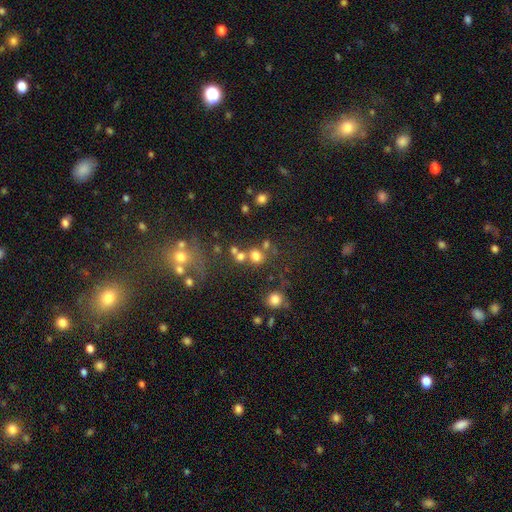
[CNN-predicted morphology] The model was most divided on "merging": none: 56%, merger: 28%, minor disturbance: 10%, major disturbance: 6%. More confident: how rounded — round (79%); smooth or featured — smooth (70%).